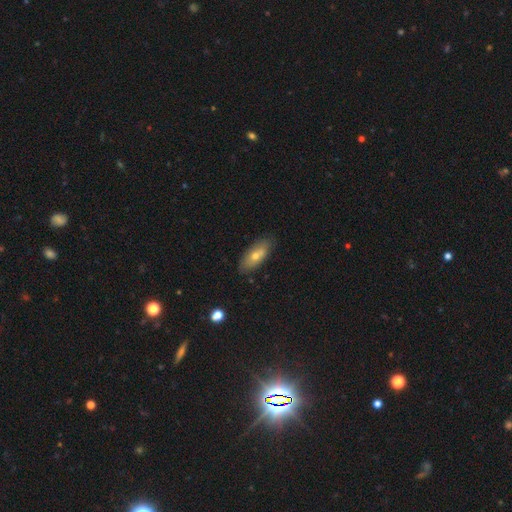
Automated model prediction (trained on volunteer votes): Smooth or featured?
  - smooth: 61% *
  - featured or disk: 32%
  - star or artifact: 8%
How rounded?
  - in between: 76% *
  - cigar-shaped: 21%
  - round: 3%
Merging?
  - none: 80% *
  - minor disturbance: 15%
  - major disturbance: 3%
  - merger: 2%